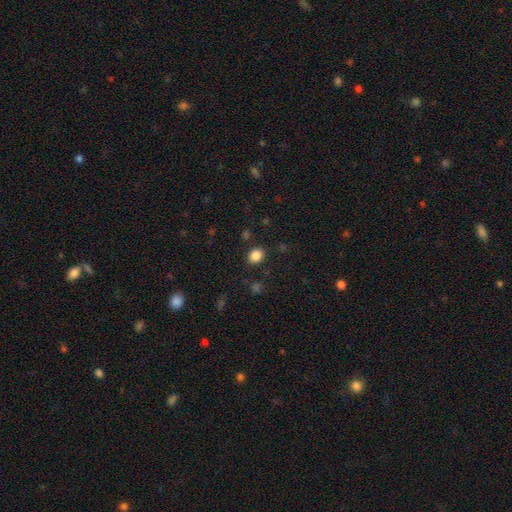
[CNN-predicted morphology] Smooth or featured?
  - smooth: 85% *
  - star or artifact: 11%
  - featured or disk: 4%
How rounded?
  - round: 52% *
  - in between: 48%
  - cigar-shaped: 1%
Merging?
  - none: 87% *
  - minor disturbance: 9%
  - major disturbance: 3%
  - merger: 2%